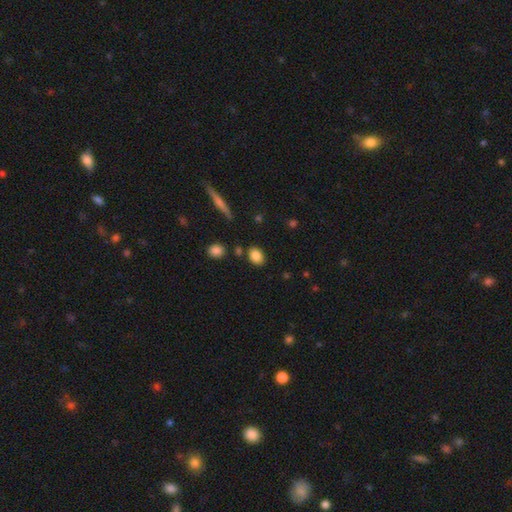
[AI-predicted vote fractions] Overall: smooth (85%). How rounded: in between (70%). Merging: none (82%).